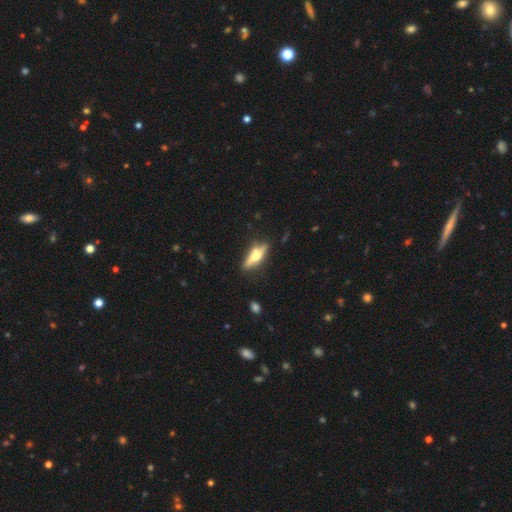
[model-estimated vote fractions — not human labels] smooth_or_featured: featured or disk (p=0.62) [alt: smooth p=0.31]
disk_edge_on: yes (p=0.90) [alt: no p=0.10]
edge_on_bulge: rounded (p=0.94) [alt: boxy p=0.04]
merging: none (p=0.76) [alt: minor disturbance p=0.16]